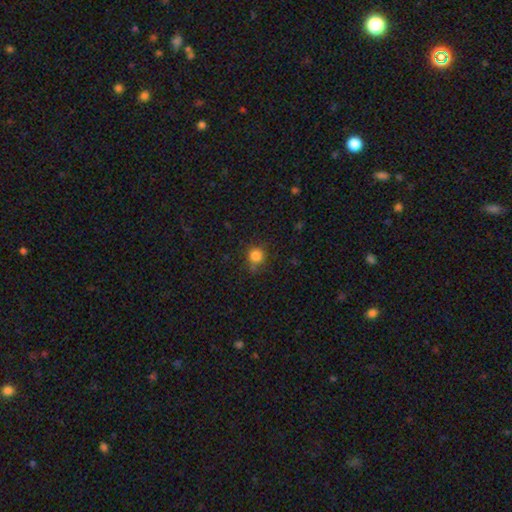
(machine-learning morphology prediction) smooth 83%, star or artifact 13%, featured or disk 5%. Down the decision tree: how rounded — round (91%); merging — none (76%).